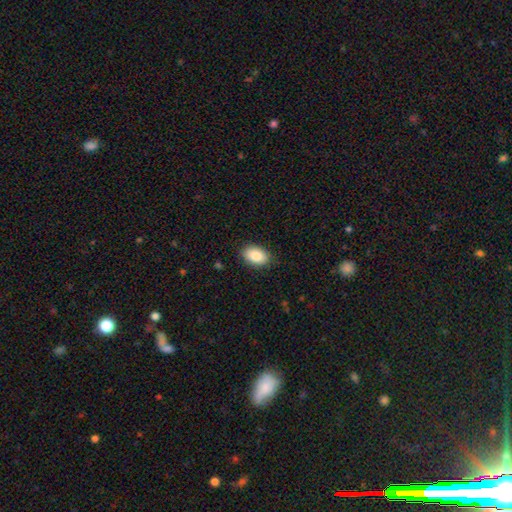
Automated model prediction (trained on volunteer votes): Morphology: type=smooth (88%); roundness=in between (90%); merging=none (86%).